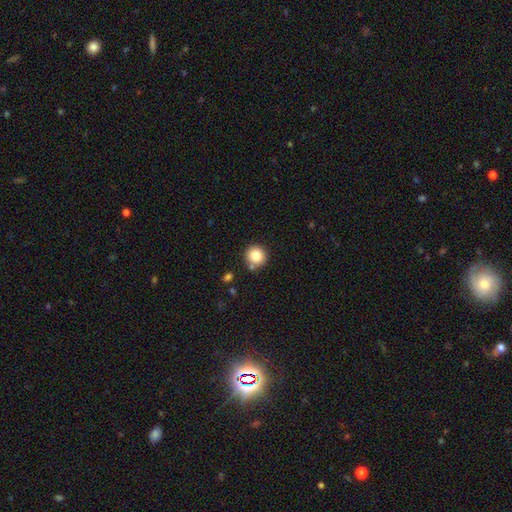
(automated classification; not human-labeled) smooth 83%, star or artifact 10%, featured or disk 7%. Down the decision tree: how rounded — round (93%); merging — none (81%).